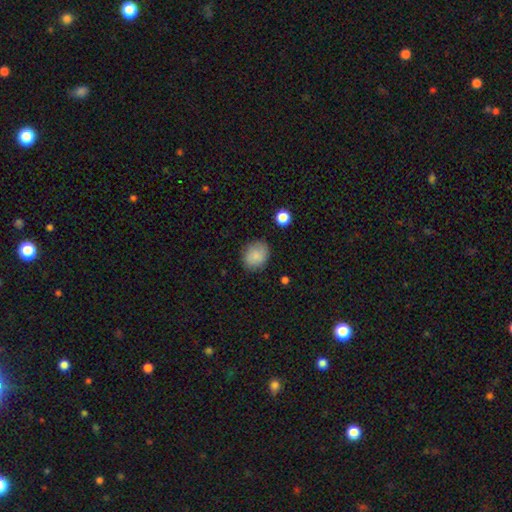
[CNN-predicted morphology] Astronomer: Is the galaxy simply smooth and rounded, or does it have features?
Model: smooth — 85%.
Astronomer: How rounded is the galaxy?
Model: round — 64%.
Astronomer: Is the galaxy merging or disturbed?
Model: none — 78%.